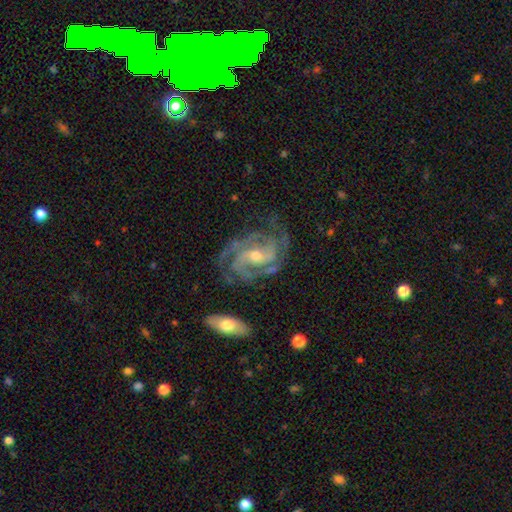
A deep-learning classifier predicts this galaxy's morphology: The model was most divided on "bar" (2-way tie): weak: 42%, no: 42%, strong: 17%. Remaining: spiral arms — yes (98%); edge-on disk — no (97%); smooth or featured — featured or disk (90%); merging — none (69%); spiral winding — tight (54%); bulge size — moderate (49%); spiral arm count — 3 (36%).